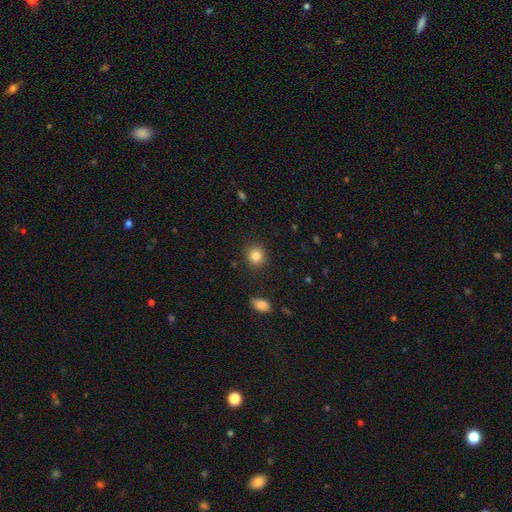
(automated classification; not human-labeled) A smooth galaxy with no disk features (84%) that is round (84%).

Vote fractions:
- Smooth or featured? smooth: 84% / star or artifact: 10% / featured or disk: 6%
- How rounded? round: 84% / in between: 15% / cigar-shaped: 1%
- Merging? none: 89% / minor disturbance: 7% / major disturbance: 2% / merger: 2%